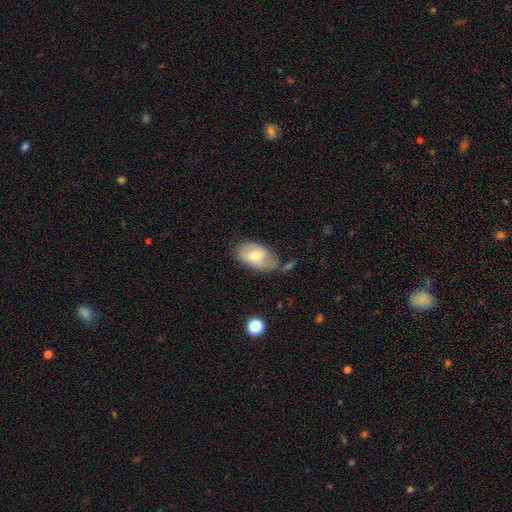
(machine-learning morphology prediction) This is possibly a smooth galaxy (52%). How rounded: clearly in between (92%). Merging: possibly none (58%).